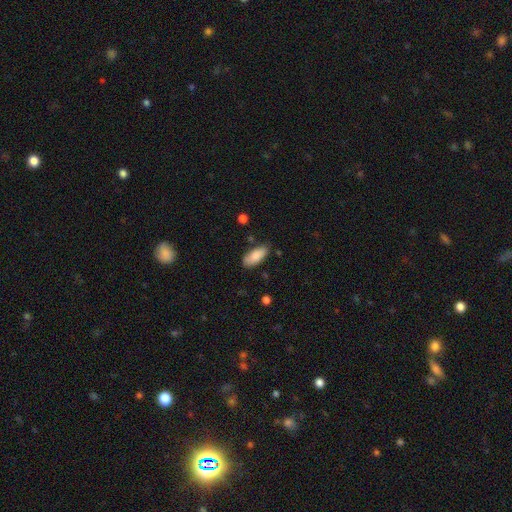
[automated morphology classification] Smooth or featured: smooth — 85% (featured or disk — 9%)
How rounded: in between — 86% (cigar-shaped — 12%)
Merging: none — 76% (minor disturbance — 18%)